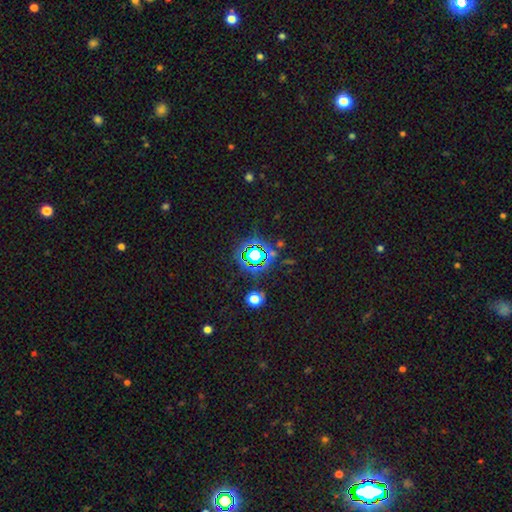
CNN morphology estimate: smooth_or_featured: star or artifact (p=0.71) [alt: smooth p=0.18]